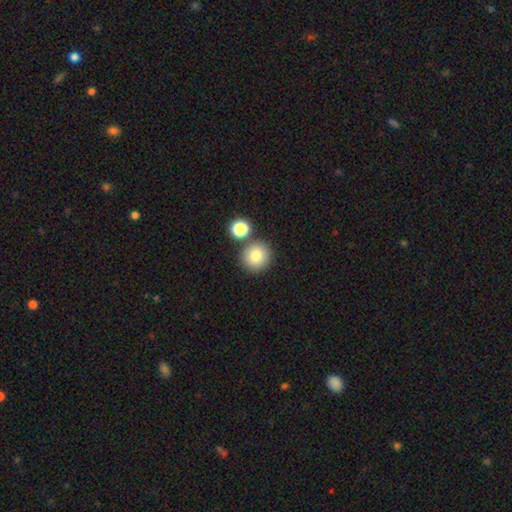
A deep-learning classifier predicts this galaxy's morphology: Smooth or featured? Predicted: smooth (p=0.80). How rounded? Predicted: round (p=0.93). Merging? Predicted: none (p=0.78).